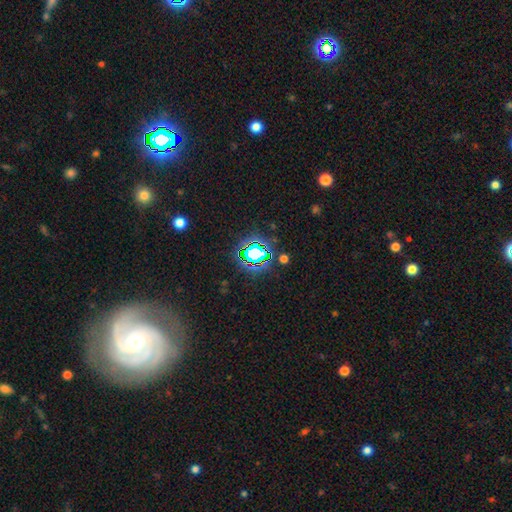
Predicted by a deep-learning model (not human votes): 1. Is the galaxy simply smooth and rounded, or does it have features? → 70% star or artifact, 20% smooth, 10% featured or disk.